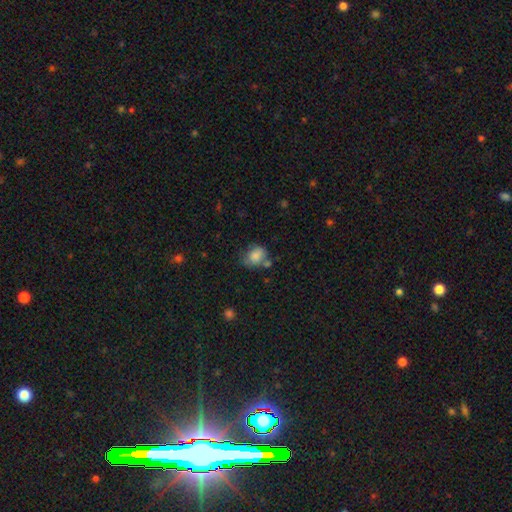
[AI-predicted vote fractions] Smooth or featured? Predicted: smooth (p=0.80). How rounded? Predicted: round (p=0.50). Merging? Predicted: none (p=0.47).